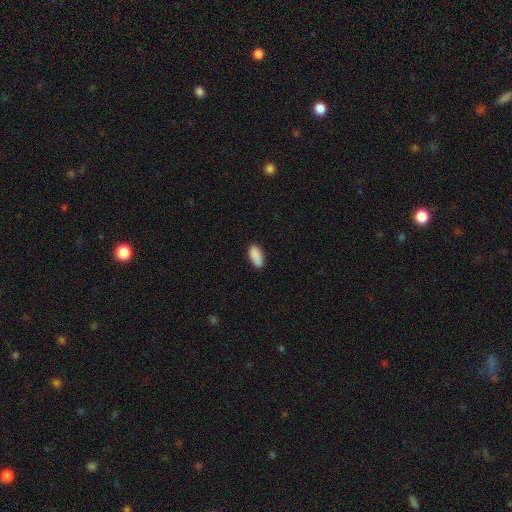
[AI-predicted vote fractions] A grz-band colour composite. It shows a smooth galaxy with no disk features (90%) that is in between round and cigar-shaped (91%). Merging: none (87%).